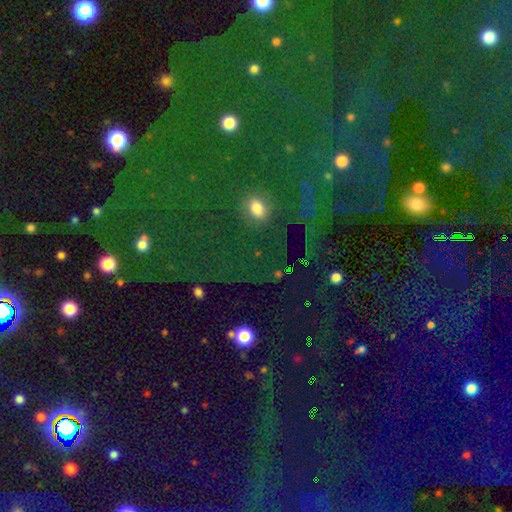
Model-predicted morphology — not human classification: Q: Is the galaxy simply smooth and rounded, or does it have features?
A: star or artifact — 71%.